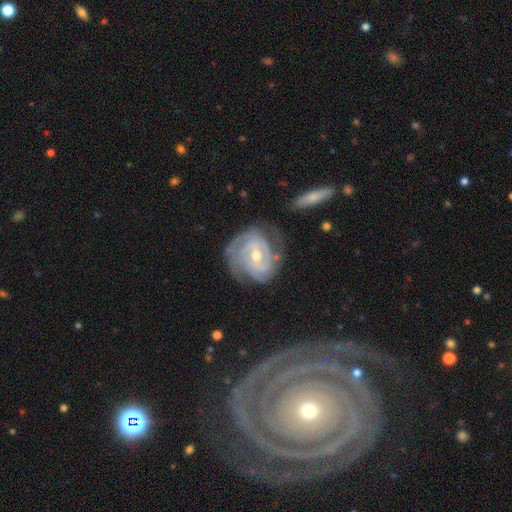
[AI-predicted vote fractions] Smooth or featured? featured or disk (88%)
Edge-on disk? no (97%)
Bar? weak (45%)
Spiral arms? yes (96%)
Spiral winding? tight (69%)
Spiral arm count? 2 (32%)
Bulge size? moderate (53%)
Merging? none (67%)